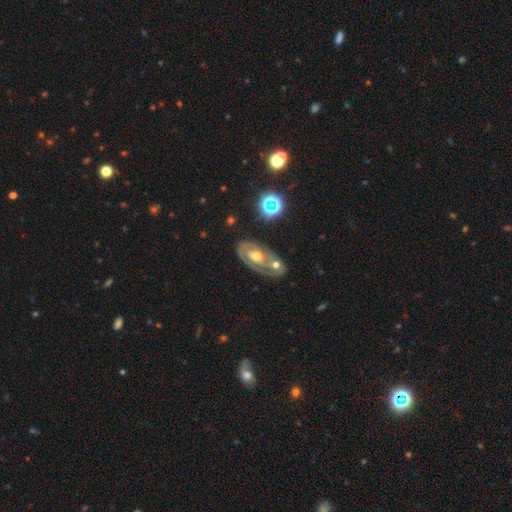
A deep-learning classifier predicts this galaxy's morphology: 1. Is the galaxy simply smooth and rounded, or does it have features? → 79% featured or disk, 13% smooth, 8% star or artifact.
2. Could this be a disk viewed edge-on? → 95% no, 5% yes.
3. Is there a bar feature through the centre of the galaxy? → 68% no, 24% weak, 8% strong.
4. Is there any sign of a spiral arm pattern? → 78% yes, 22% no.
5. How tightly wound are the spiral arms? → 68% tight, 25% medium, 7% loose.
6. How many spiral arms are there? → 45% 2, 26% can't tell, 19% 1, 6% 3, 2% 4, 2% more than 4.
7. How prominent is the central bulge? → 66% moderate, 26% small, 5% large, 2% none, 1% dominant.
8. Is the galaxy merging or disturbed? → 58% none, 18% minor disturbance, 15% merger, 9% major disturbance.